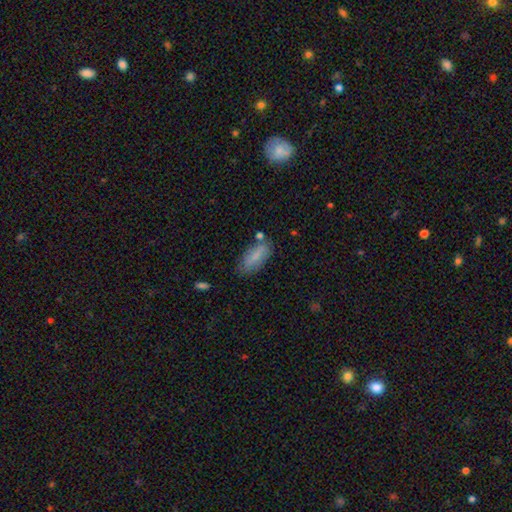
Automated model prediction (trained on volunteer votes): Overall: smooth (76%). How rounded: in between (79%). Merging: none (70%).